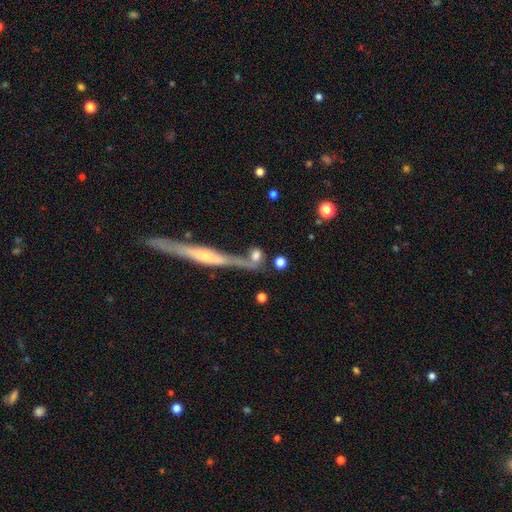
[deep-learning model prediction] Smooth or featured? smooth (73%)
How rounded? round (57%)
Merging? none (56%)